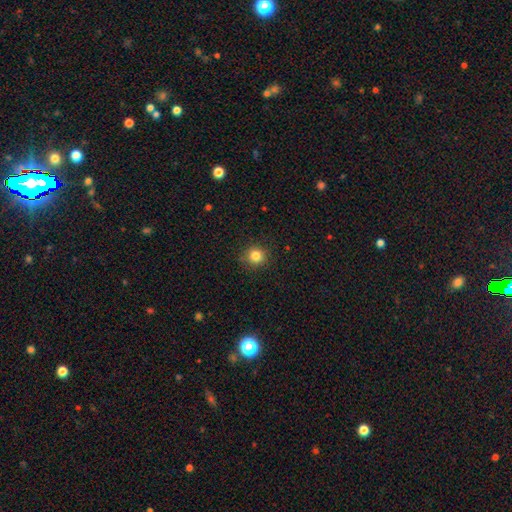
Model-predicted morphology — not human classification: Overall: smooth (84%). How rounded: round (91%). Merging: none (89%).